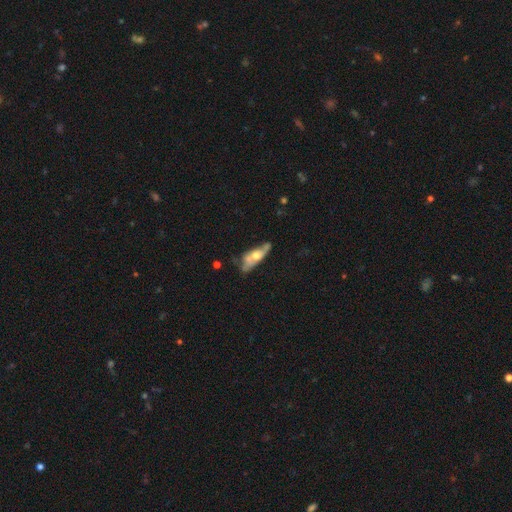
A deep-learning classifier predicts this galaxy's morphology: Smooth or featured?
  - featured or disk: 49% *
  - smooth: 44%
  - star or artifact: 7%
Merging?
  - none: 34% *
  - minor disturbance: 30%
  - major disturbance: 25%
  - merger: 11%